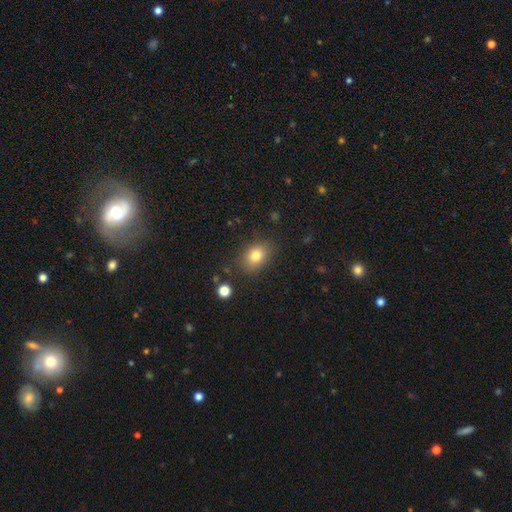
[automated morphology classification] smooth_or_featured: smooth (p=0.81) [alt: star or artifact p=0.10]
how_rounded: in between (p=0.71) [alt: round p=0.27]
merging: none (p=0.82) [alt: minor disturbance p=0.12]